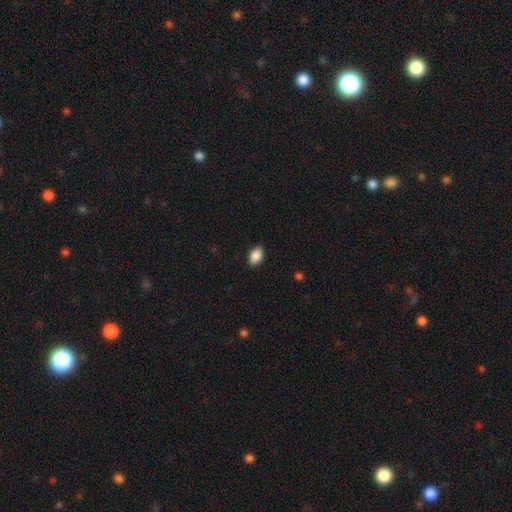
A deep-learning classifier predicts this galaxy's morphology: This appears to be a smooth galaxy with no disk features (89%) that is in between round and cigar-shaped (89%). Merging: none (87%).